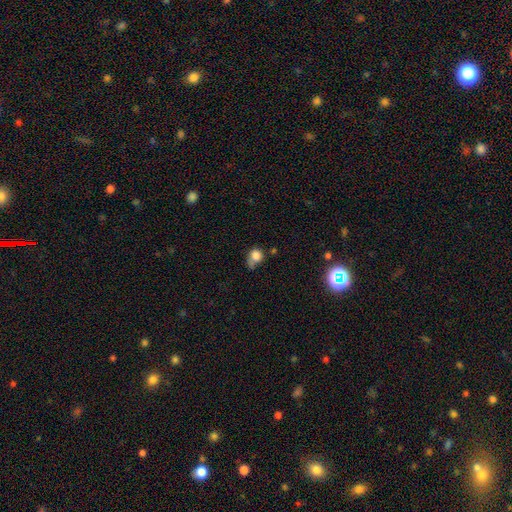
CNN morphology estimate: The model was most divided on "merging": minor disturbance: 34%, none: 33%, major disturbance: 22%, merger: 11%. More confident: smooth or featured — smooth (78%); how rounded — round (65%).